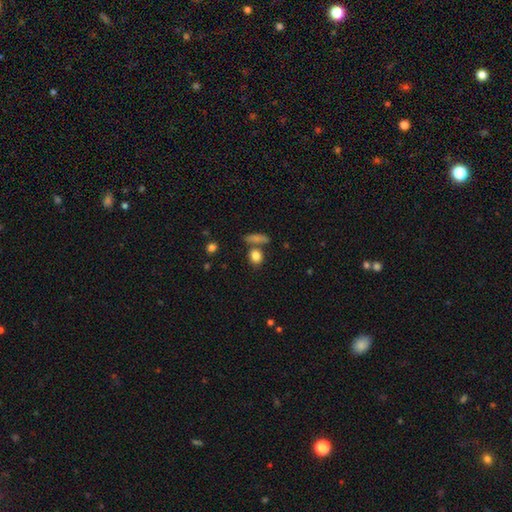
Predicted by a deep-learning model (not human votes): This is clearly a smooth galaxy (83%). How rounded: possibly round (59%). Merging: likely none (67%).